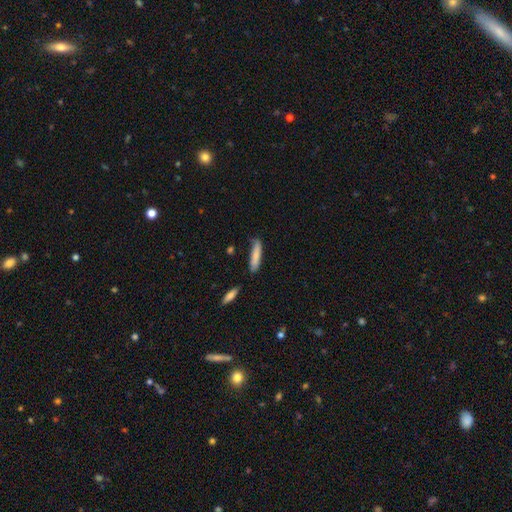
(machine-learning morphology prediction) Overall: smooth (81%). How rounded: cigar-shaped (81%). Merging: none (70%).